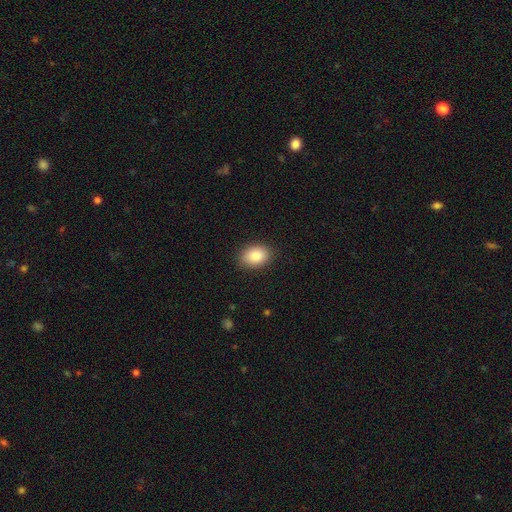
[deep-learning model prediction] Q: Smooth or featured?
A: smooth (86%); runner-up: star or artifact (8%)
Q: How rounded?
A: in between (77%); runner-up: round (22%)
Q: Merging?
A: none (88%); runner-up: minor disturbance (8%)